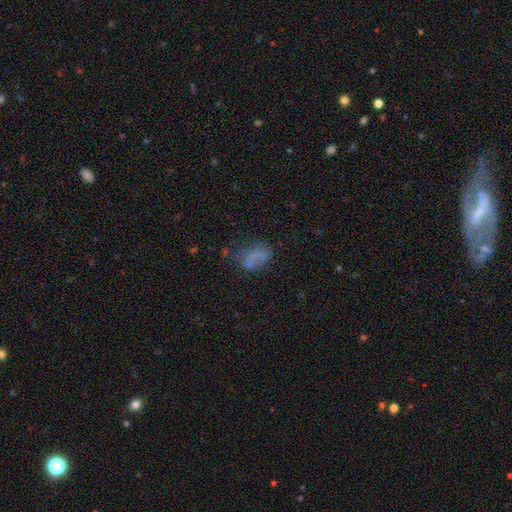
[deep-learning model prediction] Smooth or featured?
  - smooth: 57% *
  - featured or disk: 26%
  - star or artifact: 16%
How rounded?
  - in between: 84% *
  - round: 12%
  - cigar-shaped: 4%
Merging?
  - none: 43% *
  - minor disturbance: 25%
  - major disturbance: 21%
  - merger: 11%